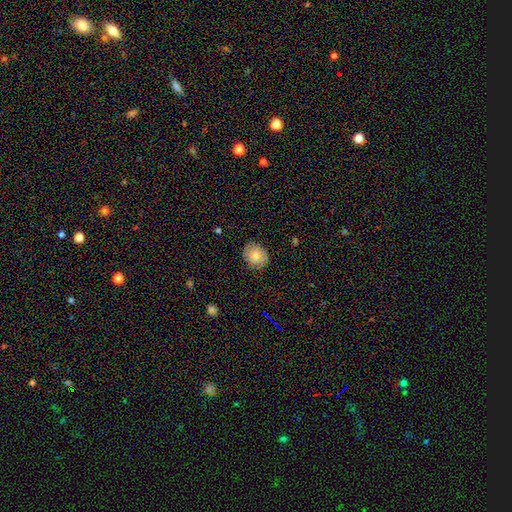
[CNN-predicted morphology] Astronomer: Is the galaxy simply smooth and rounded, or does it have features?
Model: smooth — 77%.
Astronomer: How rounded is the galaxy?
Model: round — 65%.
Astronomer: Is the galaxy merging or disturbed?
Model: none — 77%.